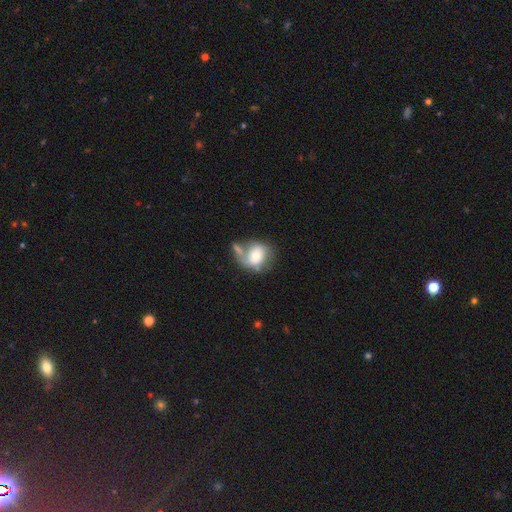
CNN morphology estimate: Smooth or featured? Predicted: smooth (p=0.56). How rounded? Predicted: round (p=0.60). Merging? Predicted: none (p=0.33).